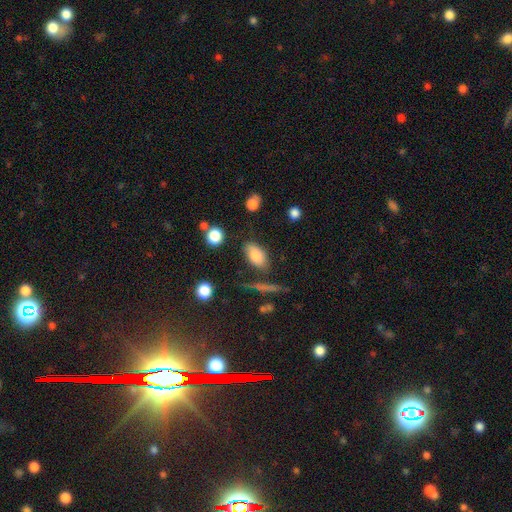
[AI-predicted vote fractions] smooth 82%, featured or disk 9%, star or artifact 9%. Down the decision tree: how rounded — in between (91%); merging — none (71%).